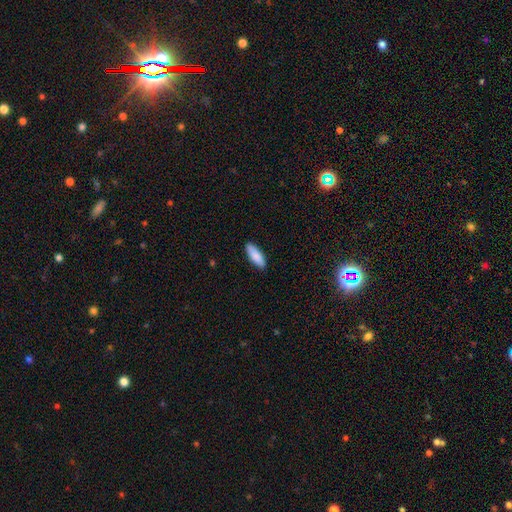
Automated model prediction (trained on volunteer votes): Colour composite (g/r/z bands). It shows a smooth galaxy with no disk features (87%) that is in between round and cigar-shaped (60%). Merging: none (89%).